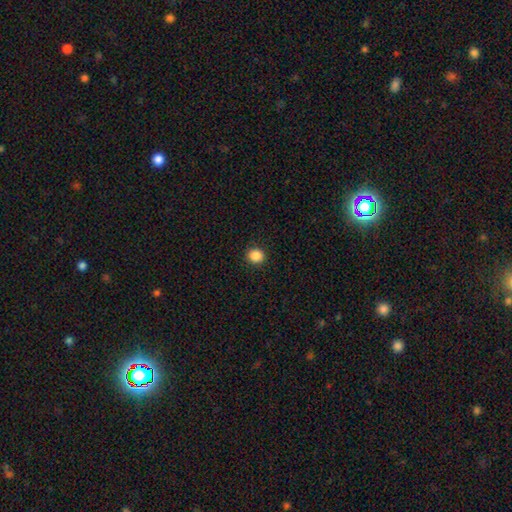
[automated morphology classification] Smooth or featured? smooth (87%)
How rounded? round (88%)
Merging? none (91%)